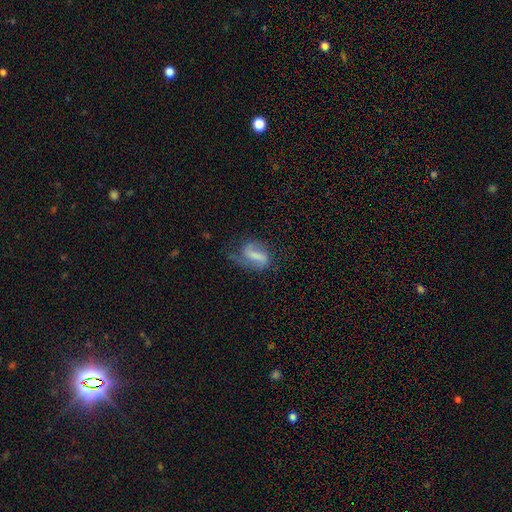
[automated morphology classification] This is possibly a featured or disk galaxy (52%). It is clearly not viewed edge-on (94%). Merging: possibly none (45%).